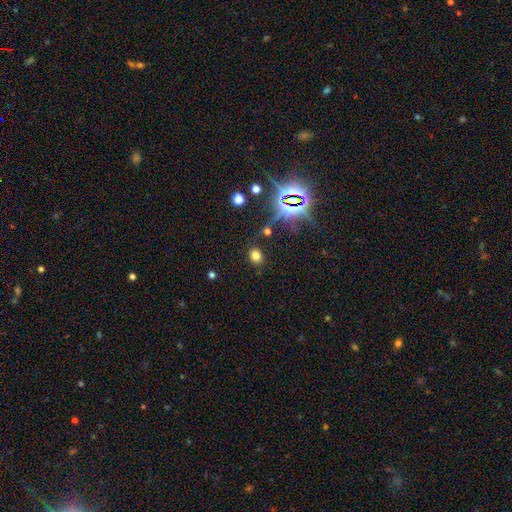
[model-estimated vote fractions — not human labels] A smooth galaxy with no disk features (71%) that is round (58%). Merging: none (85%).